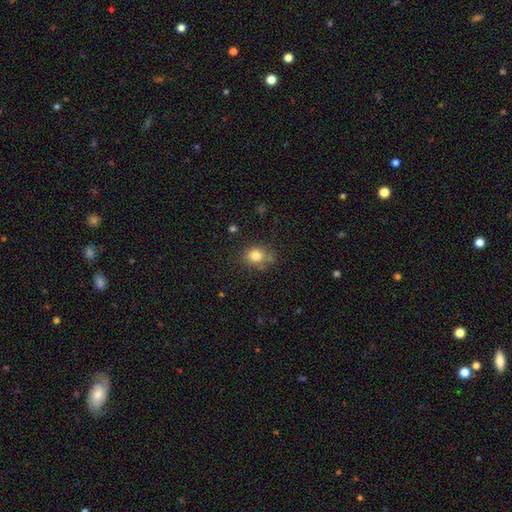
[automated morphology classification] smooth 81%, star or artifact 11%, featured or disk 8%. Down the decision tree: how rounded — round (60%); merging — none (71%).